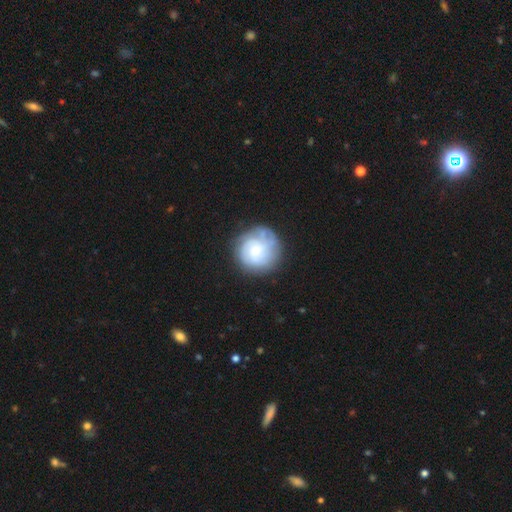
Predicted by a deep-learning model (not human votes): The model was most divided on "smooth or featured": featured or disk: 53%, smooth: 40%, star or artifact: 7%. More confident: edge-on disk — no (98%); bar — no (76%); spiral arms — yes (74%); merging — none (70%); bulge size — small (52%).